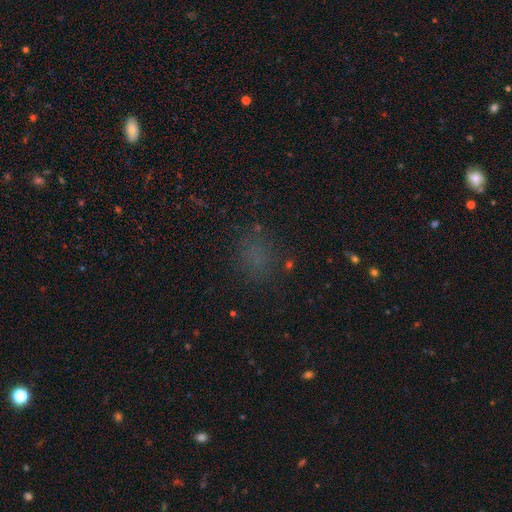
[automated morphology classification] type=smooth (61%); roundness=round (65%); merging=none (75%).